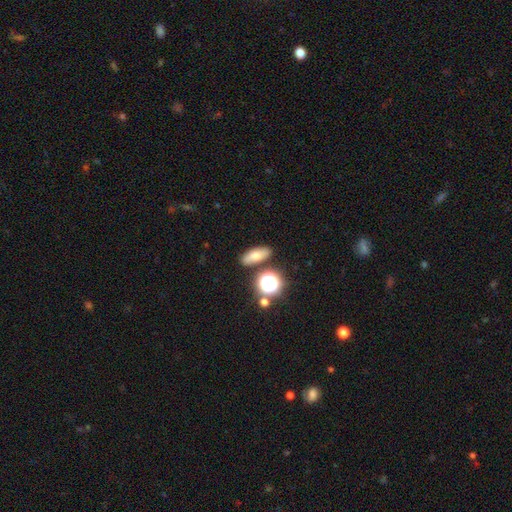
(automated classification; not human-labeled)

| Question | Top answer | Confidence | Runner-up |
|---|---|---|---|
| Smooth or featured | smooth | 68% | featured or disk (16%) |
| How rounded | in between | 61% | round (21%) |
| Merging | none | 82% | minor disturbance (10%) |